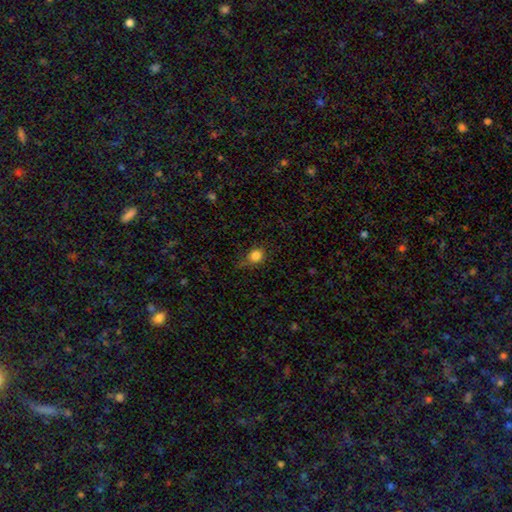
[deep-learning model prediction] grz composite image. It shows a smooth galaxy with no disk features (84%) that is round (80%). Merging: none (69%).